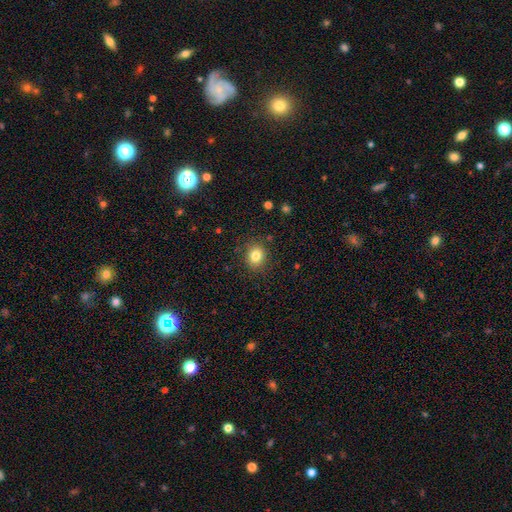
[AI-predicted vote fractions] smooth-or-featured: smooth: 82% | star or artifact: 11% | featured or disk: 7%
  how-rounded: round: 69% | in between: 30% | cigar-shaped: 1%
  merging: none: 86% | minor disturbance: 9% | major disturbance: 3% | merger: 1%